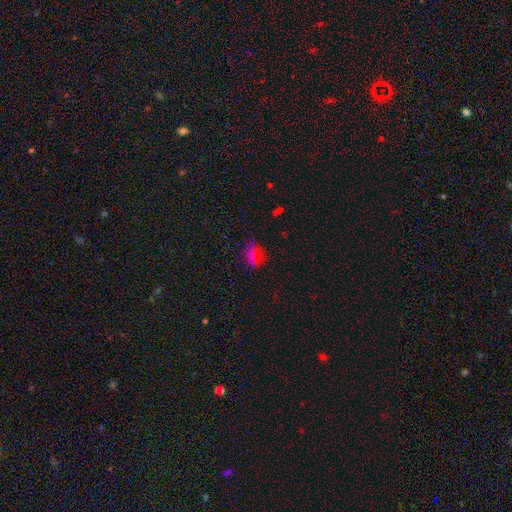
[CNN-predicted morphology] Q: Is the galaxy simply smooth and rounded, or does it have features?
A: smooth — 53%.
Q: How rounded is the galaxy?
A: in between — 52%.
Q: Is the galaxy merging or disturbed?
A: none — 71%.